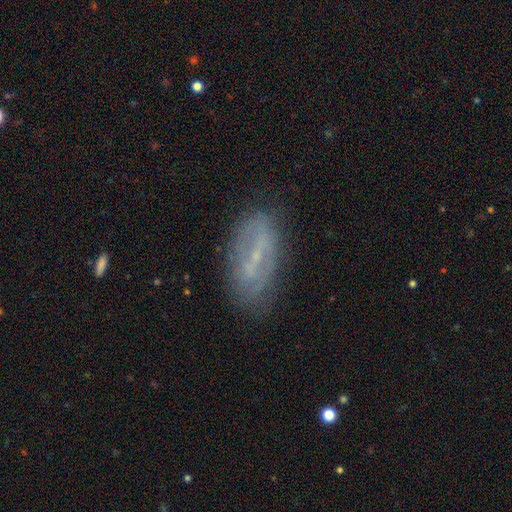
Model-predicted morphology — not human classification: Smooth or featured? Predicted: featured or disk (p=0.58). Edge-on disk? Predicted: no (p=0.83). Merging? Predicted: none (p=0.75).